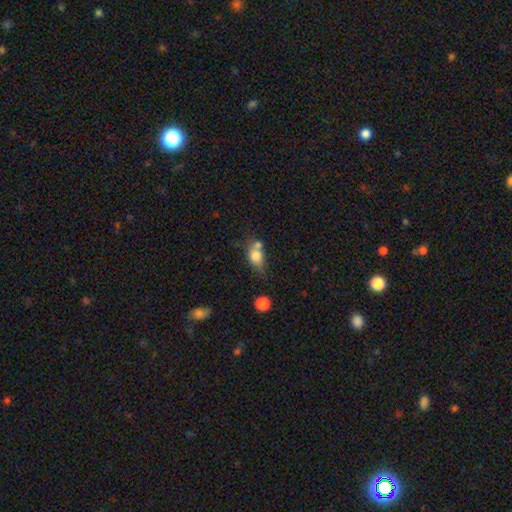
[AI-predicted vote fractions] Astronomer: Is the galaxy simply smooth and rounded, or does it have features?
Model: smooth — 74%.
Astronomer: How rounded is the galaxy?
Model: in between — 65%.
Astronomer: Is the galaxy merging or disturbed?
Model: none — 39% (runner-up: merger, 36%).